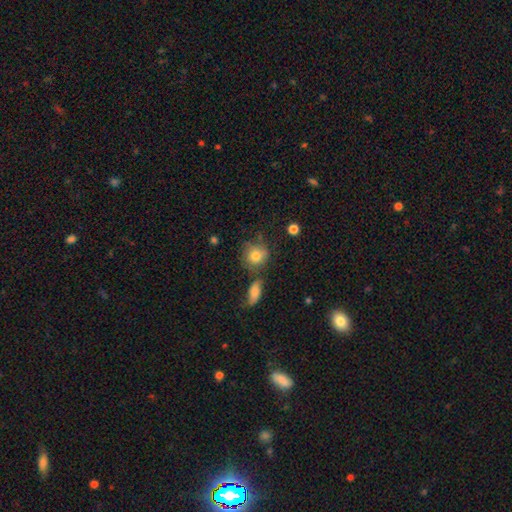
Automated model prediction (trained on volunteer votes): smooth 76%, featured or disk 15%, star or artifact 9%. Down the decision tree: how rounded — round (78%); merging — none (56%).